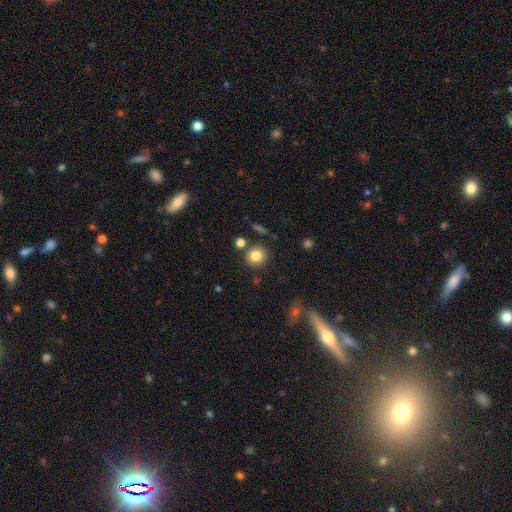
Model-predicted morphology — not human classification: type=smooth (82%); roundness=round (90%); merging=none (82%).